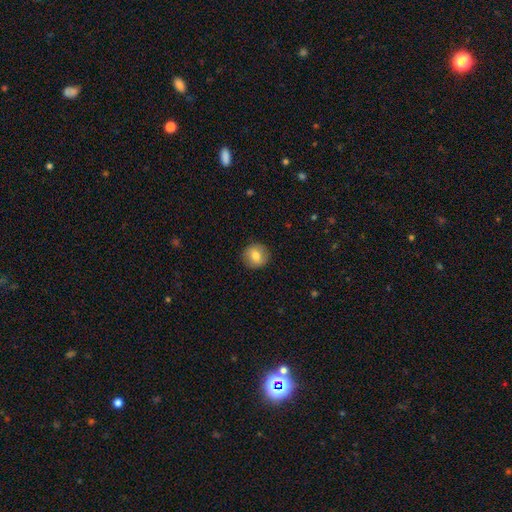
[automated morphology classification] The model was most divided on "smooth or featured": smooth: 76%, featured or disk: 15%, star or artifact: 8%. More confident: how rounded — round (91%); merging — none (89%).